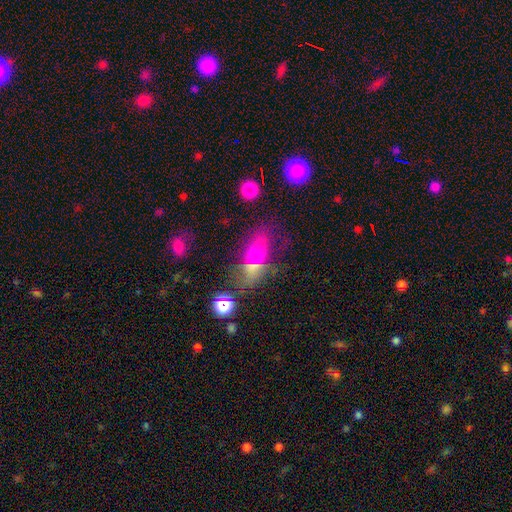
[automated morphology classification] Smooth or featured: smooth — 53% (featured or disk — 26%)
How rounded: in between — 73% (round — 16%)
Merging: none — 45% (minor disturbance — 20%)